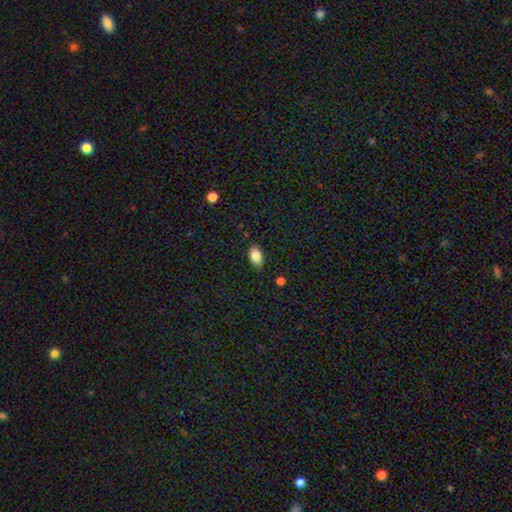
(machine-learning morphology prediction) This is clearly a smooth galaxy (82%). How rounded: clearly in between (91%). Merging: clearly none (84%).